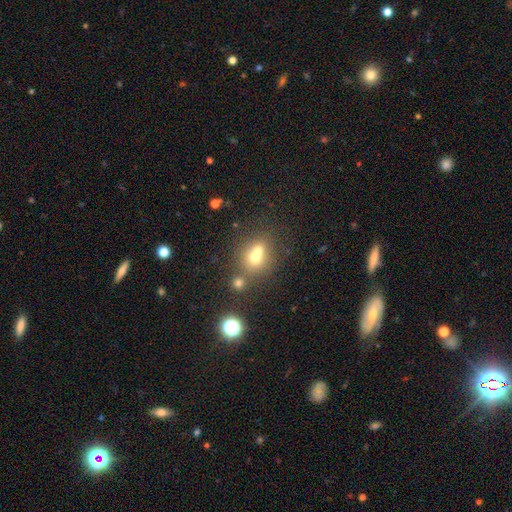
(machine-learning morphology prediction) A smooth galaxy with no disk features (62%) that is round (65%).

Vote fractions:
- Smooth or featured? smooth: 62% / featured or disk: 21% / star or artifact: 17%
- How rounded? round: 65% / in between: 33% / cigar-shaped: 2%
- Merging? merger: 50% / none: 37% / minor disturbance: 8% / major disturbance: 4%